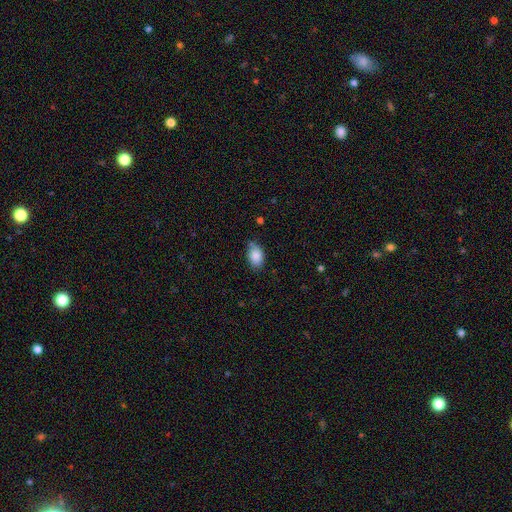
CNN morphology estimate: A smooth galaxy with no disk features (88%) that is in between round and cigar-shaped (86%).

Vote fractions:
- Smooth or featured? smooth: 88% / star or artifact: 7% / featured or disk: 5%
- How rounded? in between: 86% / round: 13% / cigar-shaped: 1%
- Merging? none: 71% / minor disturbance: 22% / major disturbance: 4% / merger: 3%